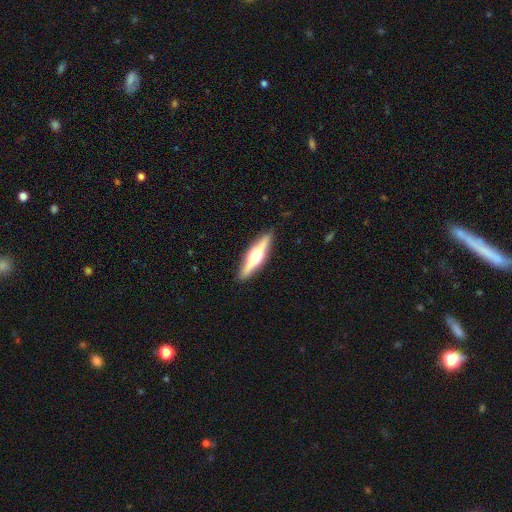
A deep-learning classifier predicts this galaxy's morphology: Smooth or featured? Predicted: featured or disk (p=0.65). Edge-on disk? Predicted: yes (p=0.97). Edge-on bulge? Predicted: rounded (p=0.91). Merging? Predicted: none (p=0.90).